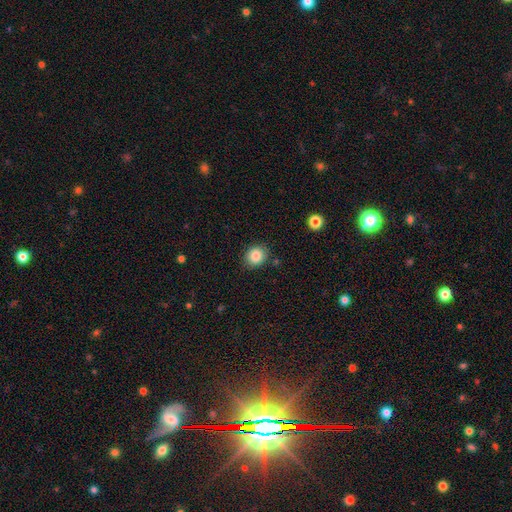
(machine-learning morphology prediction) The model was most divided on "how rounded": round: 71%, in between: 28%, cigar-shaped: 1%. More confident: smooth or featured — smooth (85%); merging — none (83%).